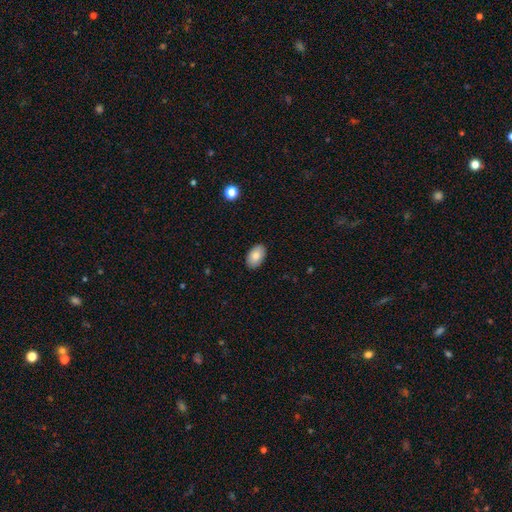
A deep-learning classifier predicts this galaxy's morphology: smooth-or-featured: smooth: 83% | featured or disk: 10% | star or artifact: 7%
  how-rounded: in between: 93% | round: 6% | cigar-shaped: 1%
  merging: none: 89% | minor disturbance: 8% | major disturbance: 2% | merger: 1%